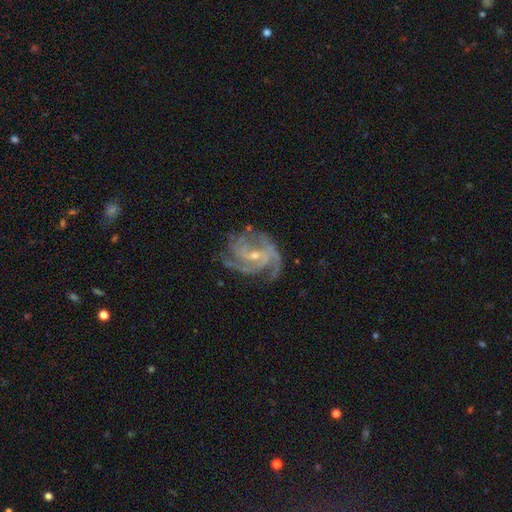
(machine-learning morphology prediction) Overall: featured or disk (89%). Edge-on disk: no (98%). Bar: weak (44%; no 40%). Spiral arms: yes (97%). Spiral arm count: 3 (39%; 4 21%). Spiral winding: tight (45%, tied with medium). Bulge size: small (66%; moderate 30%). Merging: none (66%).